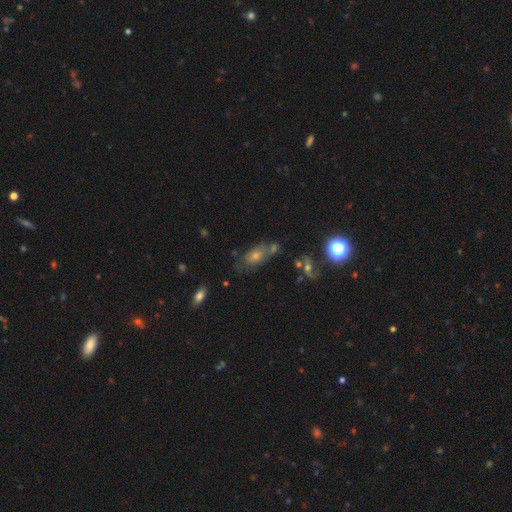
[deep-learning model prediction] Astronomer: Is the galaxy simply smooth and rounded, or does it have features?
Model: smooth — 57%.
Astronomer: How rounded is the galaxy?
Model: in between — 85%.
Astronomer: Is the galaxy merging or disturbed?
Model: none — 47% (runner-up: minor disturbance, 23%).